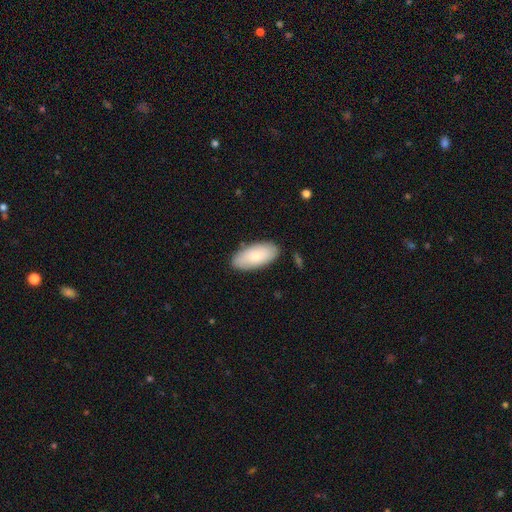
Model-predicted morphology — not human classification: smooth 79%, featured or disk 16%, star or artifact 5%. Down the decision tree: how rounded — in between (92%); merging — none (85%).